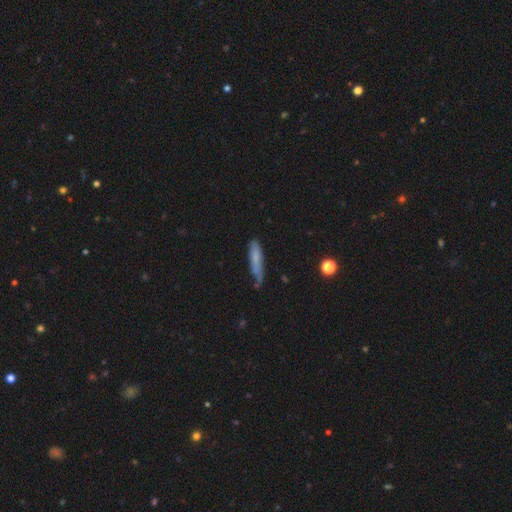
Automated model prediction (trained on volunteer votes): The model was most divided on "merging": none: 58%, minor disturbance: 30%, major disturbance: 9%, merger: 4%. More confident: how rounded — cigar-shaped (85%); smooth or featured — smooth (61%).